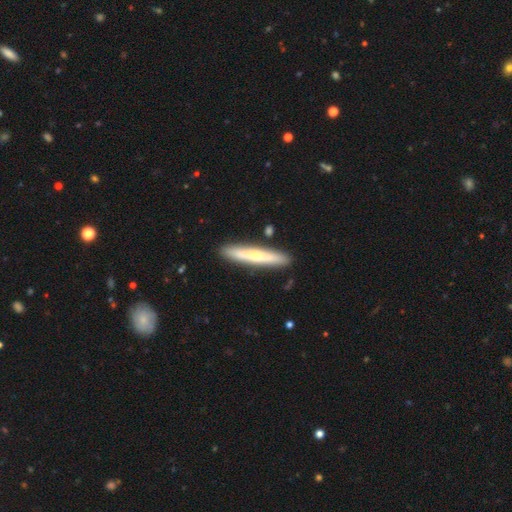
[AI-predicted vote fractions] smooth-or-featured: smooth: 55% | featured or disk: 39% | star or artifact: 5%
  how-rounded: cigar-shaped: 93% | in between: 5% | round: 1%
  merging: none: 89% | minor disturbance: 7% | merger: 2% | major disturbance: 1%